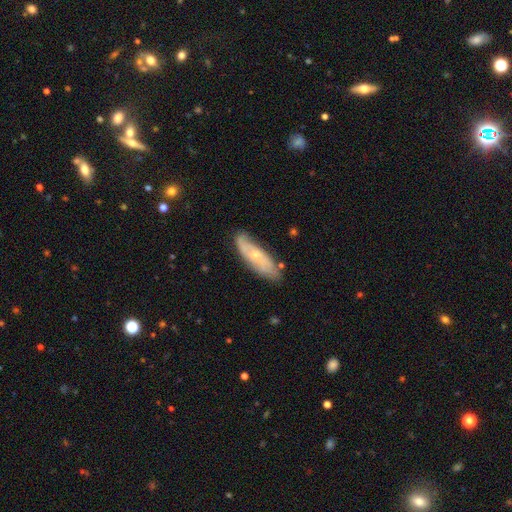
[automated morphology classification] Smooth or featured? featured or disk (61%)
Edge-on disk? no (78%)
Merging? none (72%)